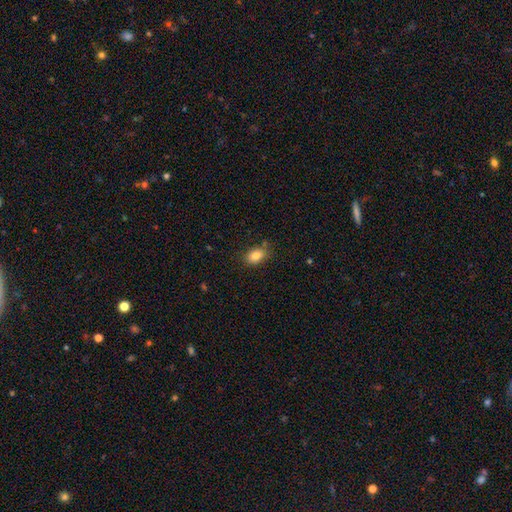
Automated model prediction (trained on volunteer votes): Smooth or featured?
  - smooth: 83% *
  - star or artifact: 9%
  - featured or disk: 8%
How rounded?
  - in between: 83% *
  - round: 16%
  - cigar-shaped: 2%
Merging?
  - none: 81% *
  - minor disturbance: 13%
  - merger: 3%
  - major disturbance: 3%